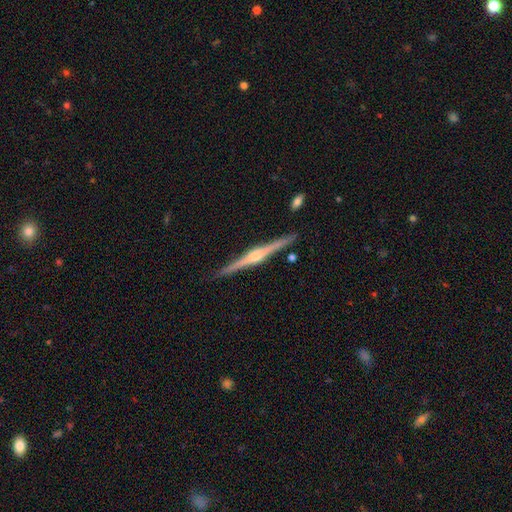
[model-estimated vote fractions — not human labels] Smooth or featured?
  - featured or disk: 86% *
  - smooth: 10%
  - star or artifact: 5%
Edge-on disk?
  - yes: 99% *
  - no: 1%
Edge-on bulge?
  - rounded: 89% *
  - boxy: 7%
  - none: 4%
Merging?
  - none: 91% *
  - minor disturbance: 6%
  - merger: 2%
  - major disturbance: 1%